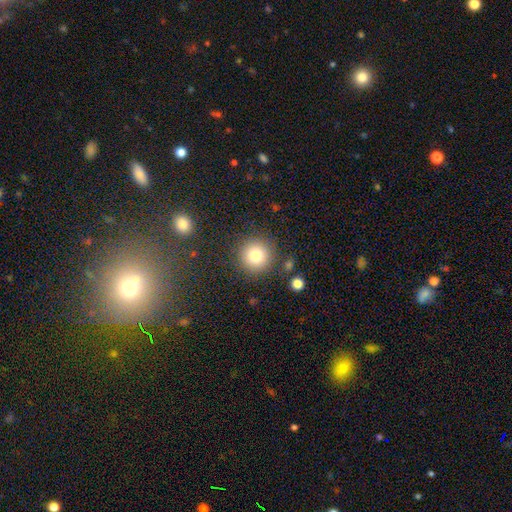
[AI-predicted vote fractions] Q: Smooth or featured?
A: smooth (80%); runner-up: star or artifact (11%)
Q: How rounded?
A: round (95%); runner-up: in between (5%)
Q: Merging?
A: none (86%); runner-up: minor disturbance (8%)